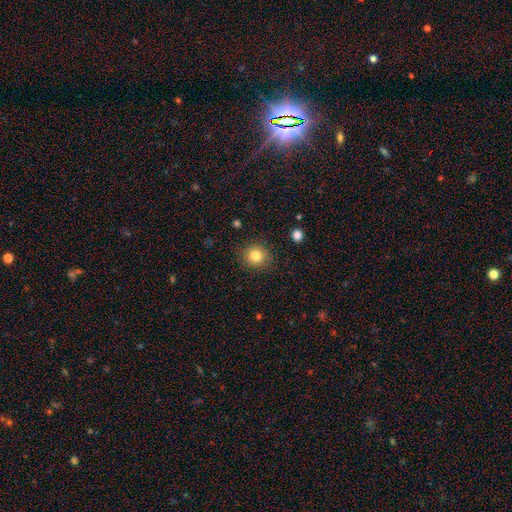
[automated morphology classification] This appears to be a smooth galaxy with no disk features (82%) that is round (87%). Merging: none (87%).